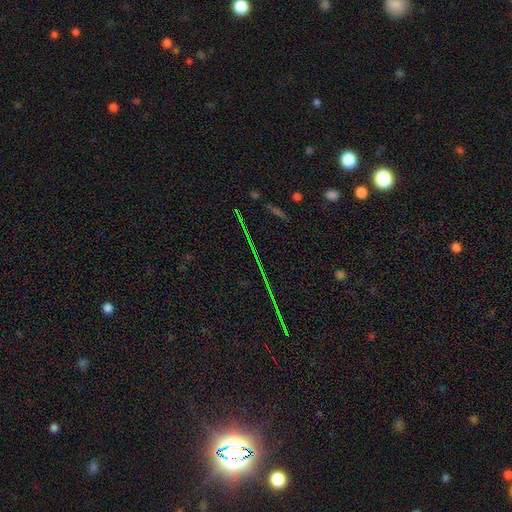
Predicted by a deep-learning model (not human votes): Smooth or featured? star or artifact (76%)